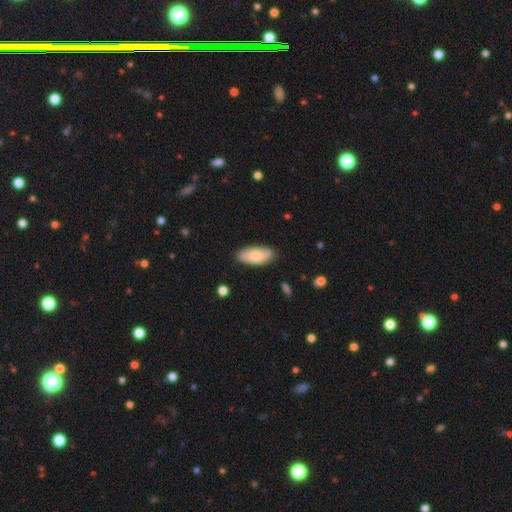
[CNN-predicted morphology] Q: Smooth or featured?
A: smooth (62%); runner-up: featured or disk (32%)
Q: How rounded?
A: in between (88%); runner-up: cigar-shaped (10%)
Q: Merging?
A: none (79%); runner-up: minor disturbance (17%)